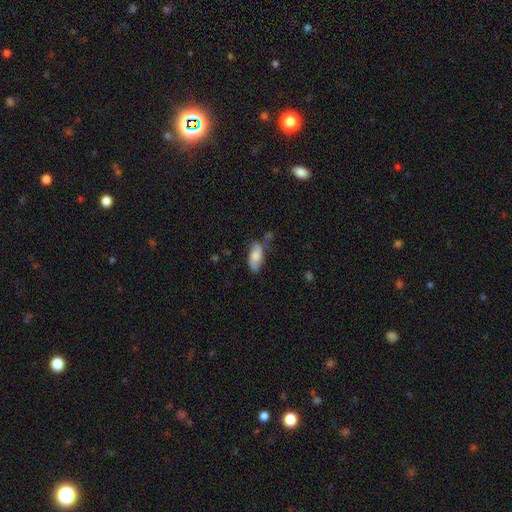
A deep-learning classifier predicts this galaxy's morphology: Smooth or featured: smooth — 74% (featured or disk — 19%)
How rounded: in between — 86% (cigar-shaped — 11%)
Merging: none — 57% (minor disturbance — 28%)